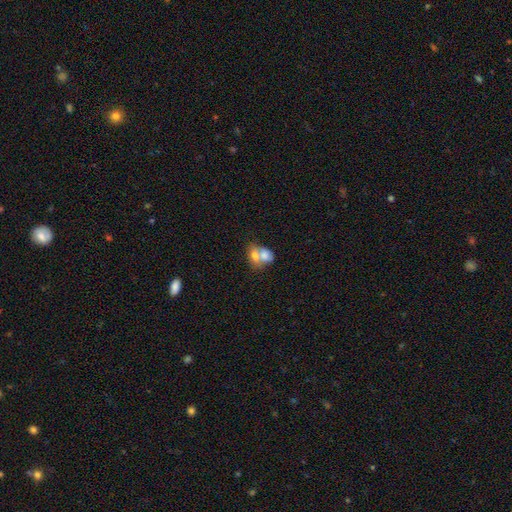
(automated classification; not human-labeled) This is likely a smooth galaxy (70%). How rounded: likely in between (68%). Merging: likely merger (72%).